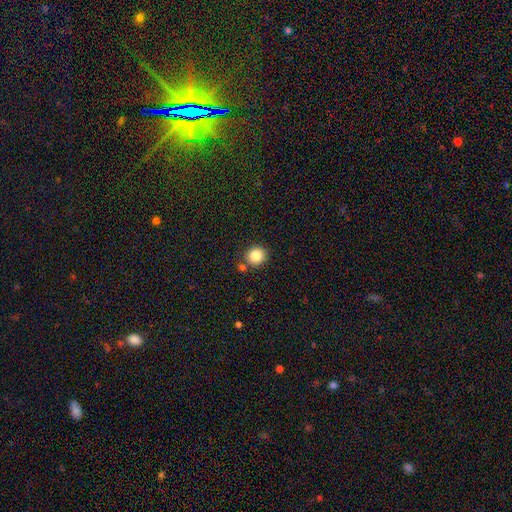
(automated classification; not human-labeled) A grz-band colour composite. It shows a smooth galaxy with no disk features (83%) that is round (87%). Merging: none (82%).